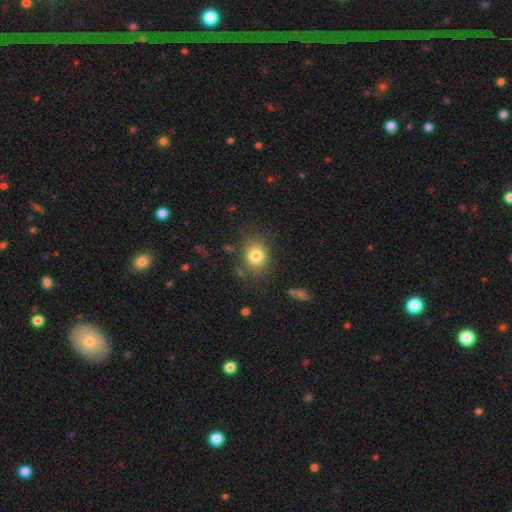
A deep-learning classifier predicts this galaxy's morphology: The model was most divided on "how rounded": round: 55%, in between: 44%, cigar-shaped: 1%. More confident: smooth or featured — smooth (80%); merging — none (79%).